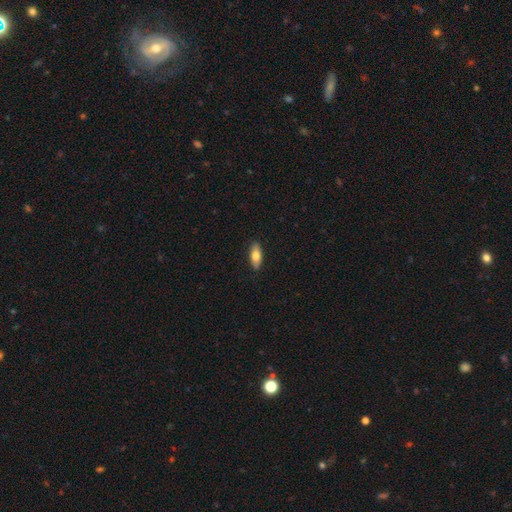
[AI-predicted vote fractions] Smooth or featured?
  - smooth: 76% *
  - featured or disk: 18%
  - star or artifact: 6%
How rounded?
  - in between: 80% *
  - cigar-shaped: 17%
  - round: 3%
Merging?
  - none: 89% *
  - minor disturbance: 9%
  - major disturbance: 2%
  - merger: 1%